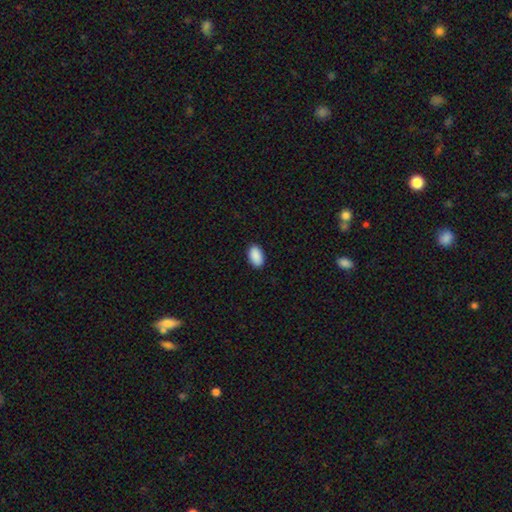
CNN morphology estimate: Smooth or featured: smooth — 91% (star or artifact — 7%)
How rounded: in between — 94% (round — 5%)
Merging: none — 90% (minor disturbance — 7%)